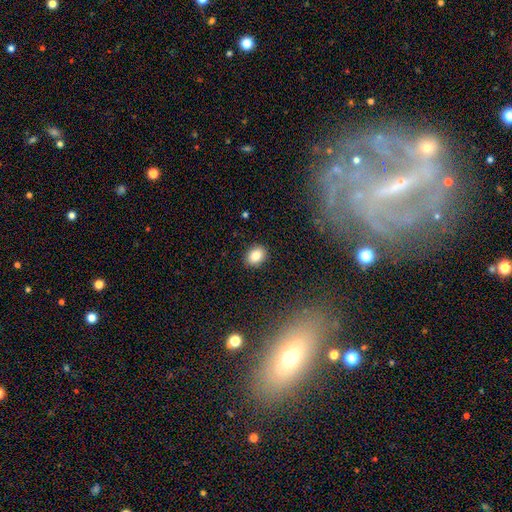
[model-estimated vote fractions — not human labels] This appears to be a smooth galaxy with no disk features (86%) that is in between round and cigar-shaped (65%). Merging: none (89%).